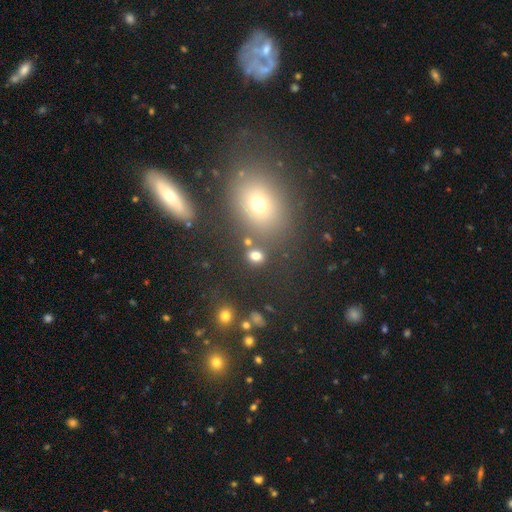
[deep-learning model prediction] Smooth or featured?
  - smooth: 75% *
  - star or artifact: 18%
  - featured or disk: 8%
How rounded?
  - in between: 50% *
  - round: 48%
  - cigar-shaped: 2%
Merging?
  - none: 72% *
  - merger: 12%
  - minor disturbance: 11%
  - major disturbance: 5%